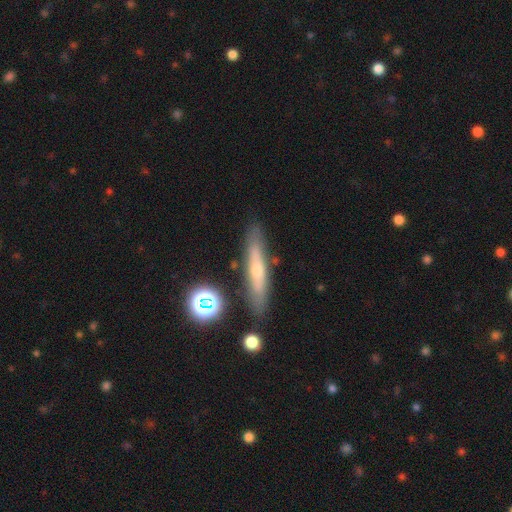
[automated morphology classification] smooth_or_featured: featured or disk (p=0.53) [alt: smooth p=0.35]
disk_edge_on: yes (p=0.80) [alt: no p=0.20]
merging: none (p=0.83) [alt: minor disturbance p=0.11]